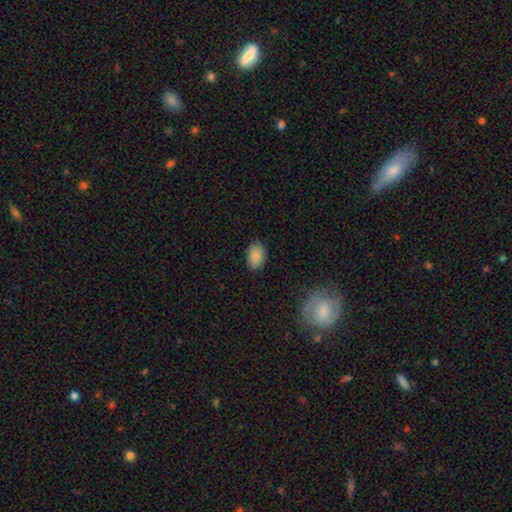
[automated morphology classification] This is clearly a smooth galaxy (89%). How rounded: clearly in between (90%). Merging: clearly none (86%).